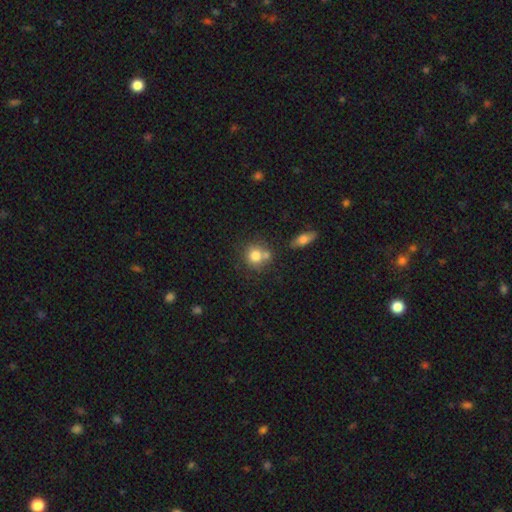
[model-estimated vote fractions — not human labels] Smooth or featured? smooth (78%)
How rounded? round (85%)
Merging? none (53%)